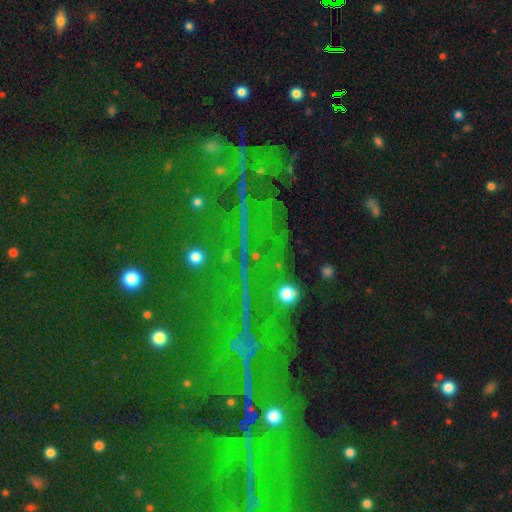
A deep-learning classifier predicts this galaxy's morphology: Smooth or featured?
  - star or artifact: 82% *
  - smooth: 9%
  - featured or disk: 9%